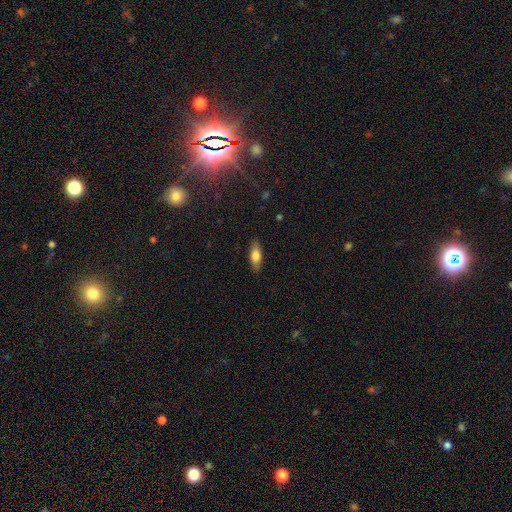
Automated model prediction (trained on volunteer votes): Smooth or featured? Predicted: smooth (p=0.70). How rounded? Predicted: in between (p=0.65). Merging? Predicted: none (p=0.87).